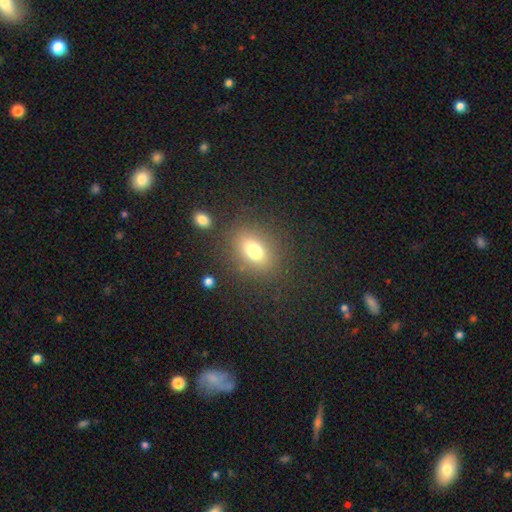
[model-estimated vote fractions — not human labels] Morphology: type=smooth (76%); roundness=in between (73%); merging=none (85%).